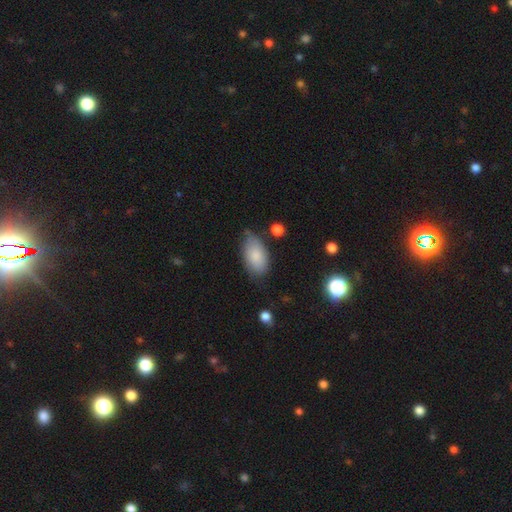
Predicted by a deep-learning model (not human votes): This appears to be a smooth galaxy with no disk features (84%) that is in between round and cigar-shaped (94%). Merging: none (67%).